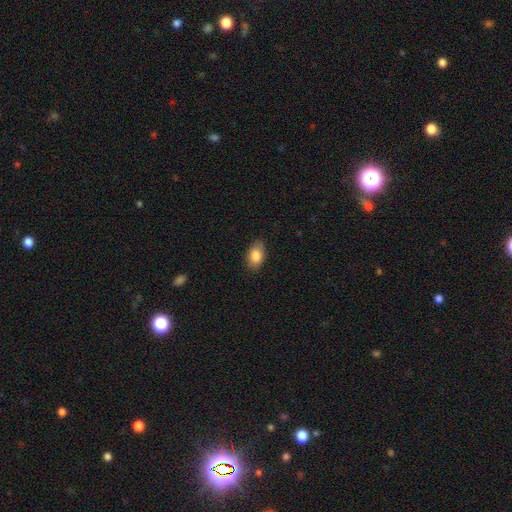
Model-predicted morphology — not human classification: Smooth or featured: smooth — 84% (featured or disk — 8%)
How rounded: in between — 89% (round — 9%)
Merging: none — 84% (minor disturbance — 12%)